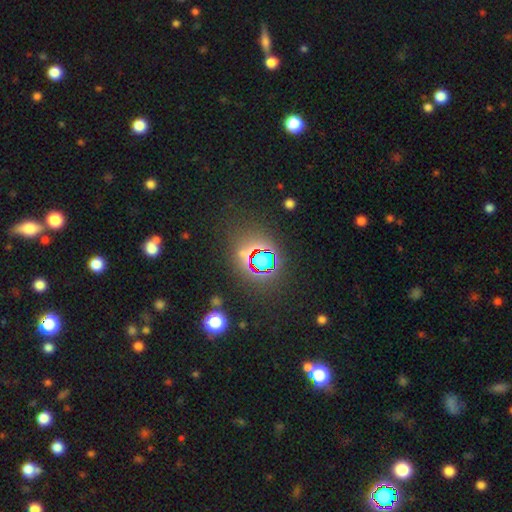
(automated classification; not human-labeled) The model was most divided on "smooth or featured": star or artifact: 69%, smooth: 20%, featured or disk: 10%.